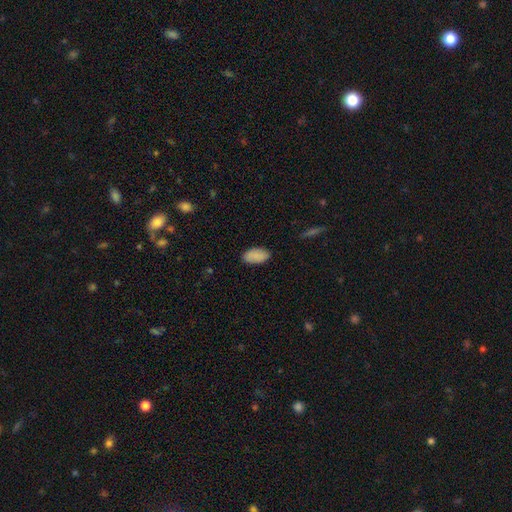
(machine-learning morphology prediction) A smooth galaxy with no disk features (87%) that is in between round and cigar-shaped (95%).

Vote fractions:
- Smooth or featured? smooth: 87% / star or artifact: 7% / featured or disk: 6%
- How rounded? in between: 95% / round: 3% / cigar-shaped: 2%
- Merging? none: 86% / minor disturbance: 11% / major disturbance: 2% / merger: 1%